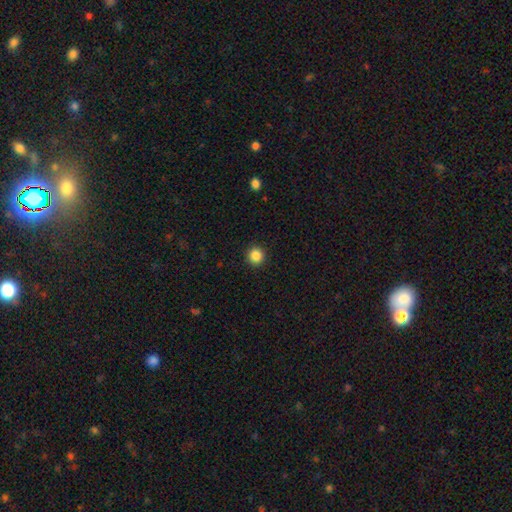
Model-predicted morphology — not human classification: A smooth galaxy with no disk features (86%) that is round (95%).

Vote fractions:
- Smooth or featured? smooth: 86% / star or artifact: 10% / featured or disk: 4%
- How rounded? round: 95% / in between: 4% / cigar-shaped: 1%
- Merging? none: 93% / minor disturbance: 4% / major disturbance: 2% / merger: 1%